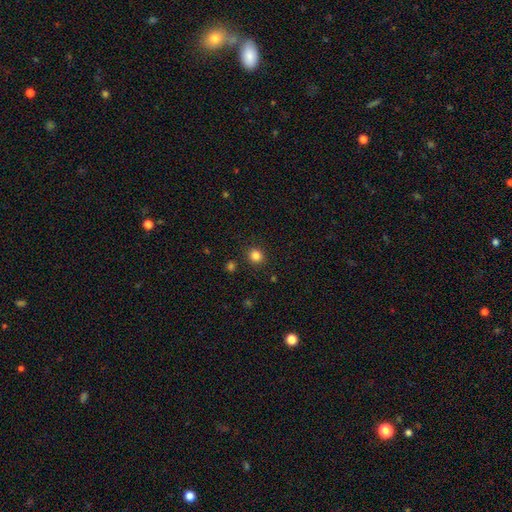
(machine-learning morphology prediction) The model was most divided on "how rounded": round: 84%, in between: 15%, cigar-shaped: 1%. More confident: merging — none (89%); smooth or featured — smooth (83%).